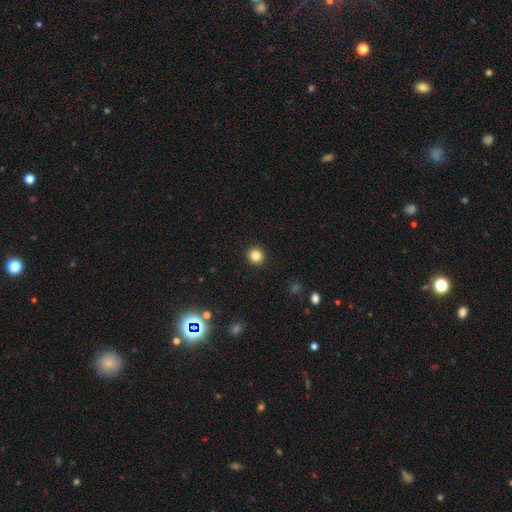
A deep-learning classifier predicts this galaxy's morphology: Smooth or featured? Predicted: smooth (p=0.84). How rounded? Predicted: round (p=0.94). Merging? Predicted: none (p=0.93).